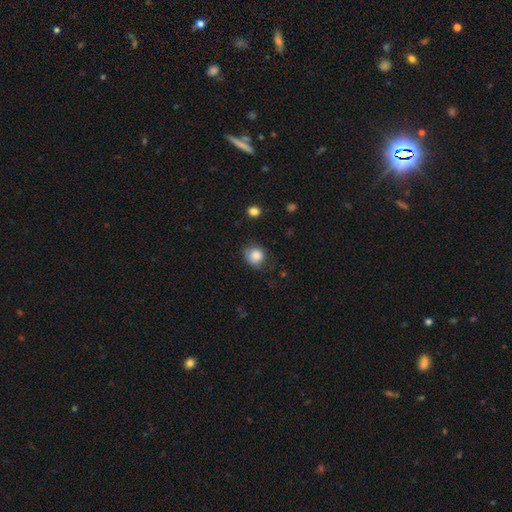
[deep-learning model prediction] smooth-or-featured: smooth: 85% | star or artifact: 9% | featured or disk: 5%
  how-rounded: round: 78% | in between: 21% | cigar-shaped: 1%
  merging: none: 68% | minor disturbance: 24% | major disturbance: 6% | merger: 2%